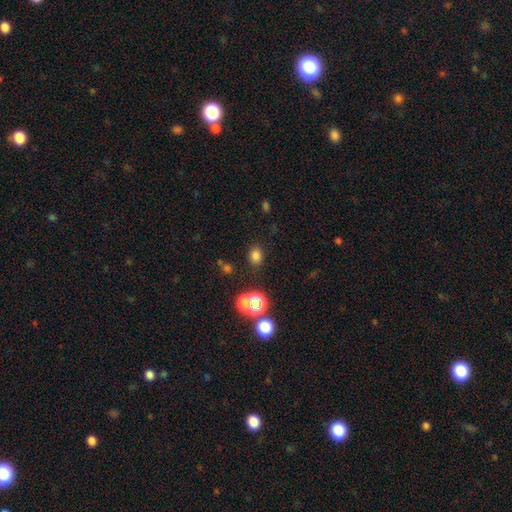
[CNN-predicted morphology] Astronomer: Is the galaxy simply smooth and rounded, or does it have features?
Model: smooth — 75%.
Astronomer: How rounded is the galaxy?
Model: in between — 52% (runner-up: round, 47%).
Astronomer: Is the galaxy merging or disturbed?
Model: none — 82%.